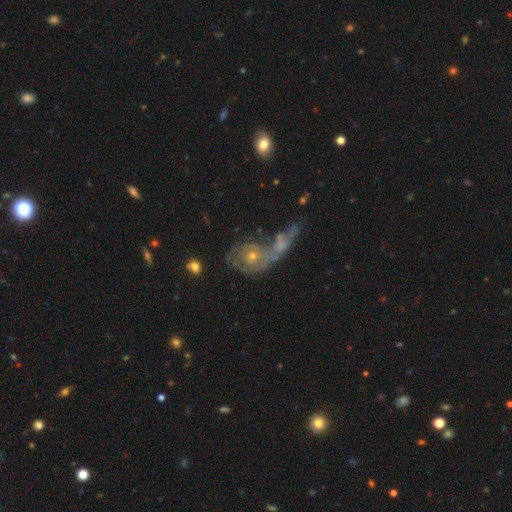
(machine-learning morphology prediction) This is likely a featured or disk galaxy (63%). It is clearly not viewed edge-on (90%). Bar: likely no (78%). Spiral arm pattern: likely yes (69%). Central bulge: possibly small (56%). Merging: marginally merger (44%).